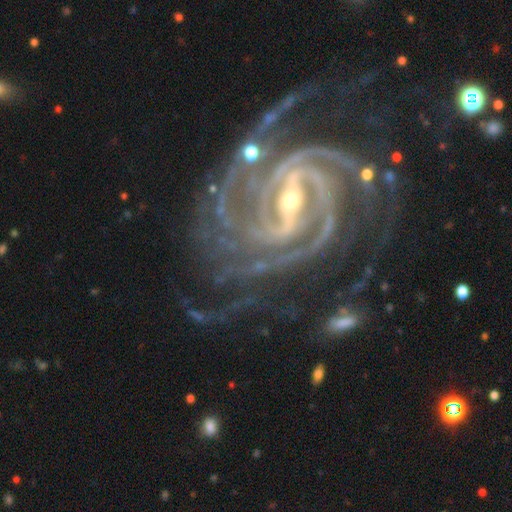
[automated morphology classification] A featured or disk galaxy (94%) with a strong bar (61%), 4 (29%) tight (69%) spiral arms (99%) and a small central bulge (64%). Merging: none (65%).